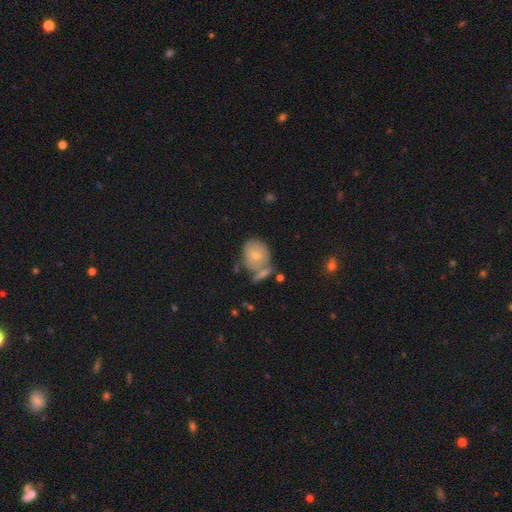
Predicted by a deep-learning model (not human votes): Smooth or featured? Predicted: smooth (p=0.64). How rounded? Predicted: round (p=0.62). Merging? Predicted: none (p=0.51).